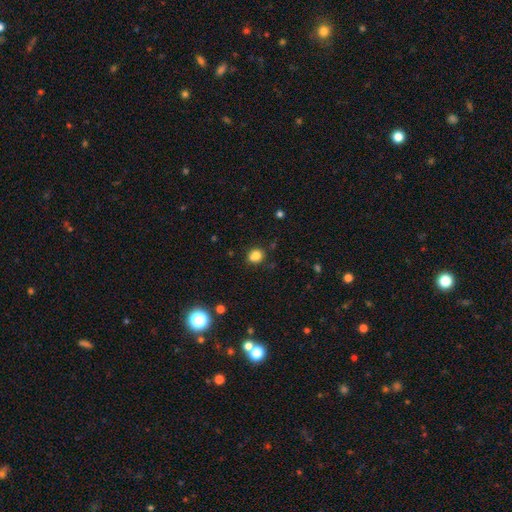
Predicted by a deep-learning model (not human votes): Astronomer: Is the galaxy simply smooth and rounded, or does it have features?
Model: smooth — 82%.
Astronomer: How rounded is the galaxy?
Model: round — 70%.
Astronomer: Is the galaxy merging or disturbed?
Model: none — 76%.